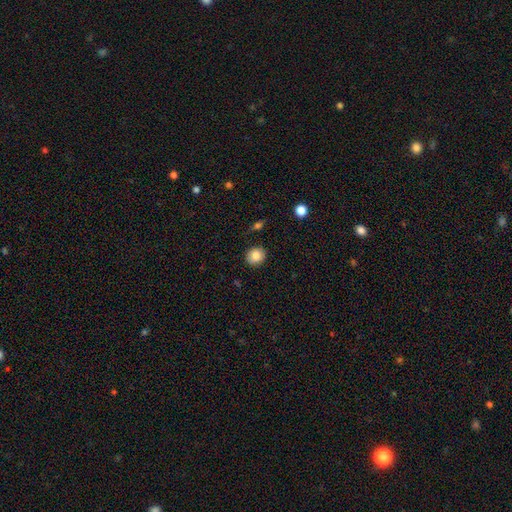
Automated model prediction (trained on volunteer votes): Smooth or featured?
  - smooth: 83% *
  - star or artifact: 9%
  - featured or disk: 8%
How rounded?
  - round: 75% *
  - in between: 24%
  - cigar-shaped: 1%
Merging?
  - none: 86% *
  - minor disturbance: 10%
  - major disturbance: 2%
  - merger: 2%